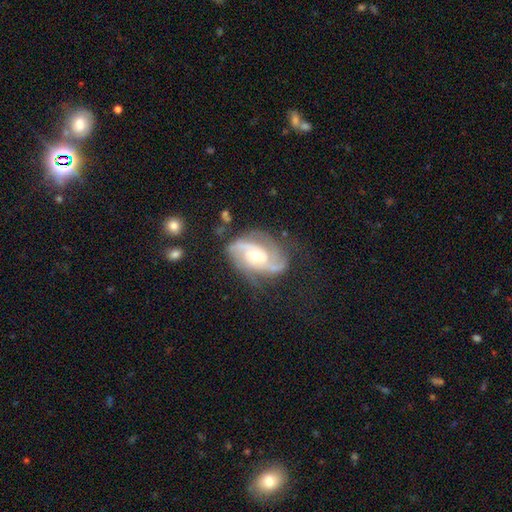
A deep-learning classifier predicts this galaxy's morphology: featured or disk 88%, smooth 7%, star or artifact 5%. Down the decision tree: edge-on disk — no (97%); bar — no (58%); spiral arms — yes (97%); spiral arm count — 2 (44%); spiral winding — medium (44%); bulge size — moderate (62%); merging — none (67%).